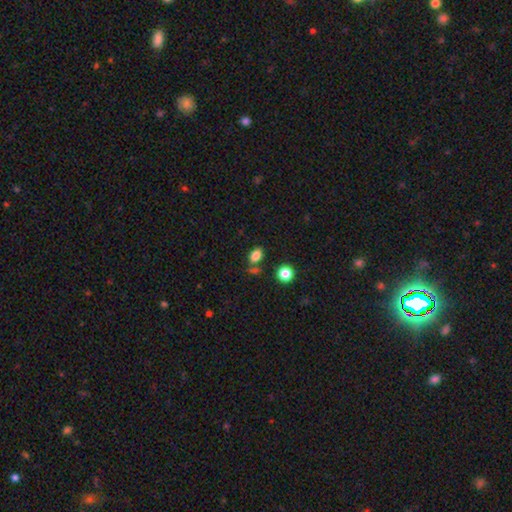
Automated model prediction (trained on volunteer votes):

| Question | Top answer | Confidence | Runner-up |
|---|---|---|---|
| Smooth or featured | smooth | 82% | star or artifact (12%) |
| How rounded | in between | 82% | round (15%) |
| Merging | none | 70% | minor disturbance (13%) |